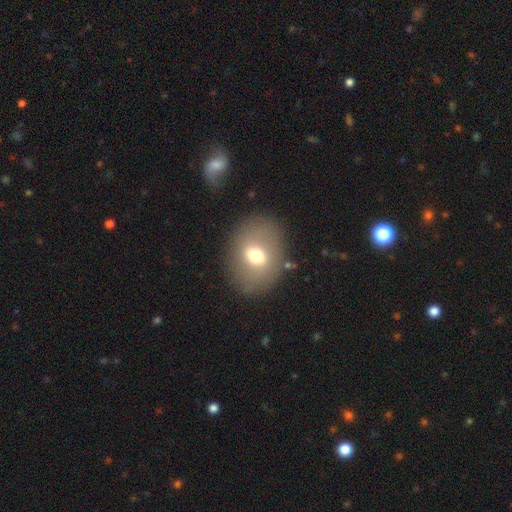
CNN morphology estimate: The model was most divided on "how rounded": in between: 55%, round: 44%, cigar-shaped: 1%. More confident: merging — none (82%); smooth or featured — smooth (62%).